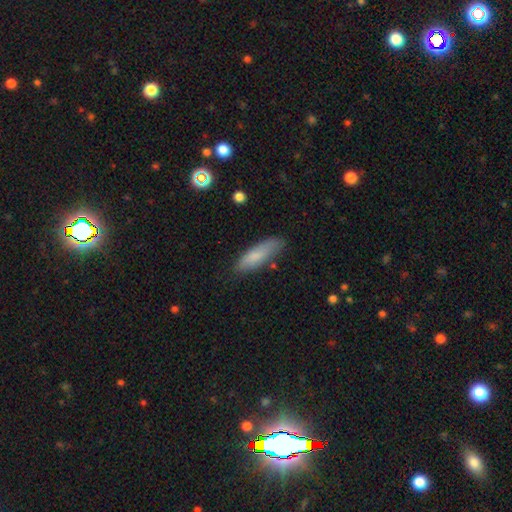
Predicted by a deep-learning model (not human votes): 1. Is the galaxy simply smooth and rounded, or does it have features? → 80% smooth, 13% featured or disk, 7% star or artifact.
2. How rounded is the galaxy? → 55% cigar-shaped, 43% in between, 2% round.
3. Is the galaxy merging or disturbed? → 76% none, 18% minor disturbance, 4% major disturbance, 2% merger.